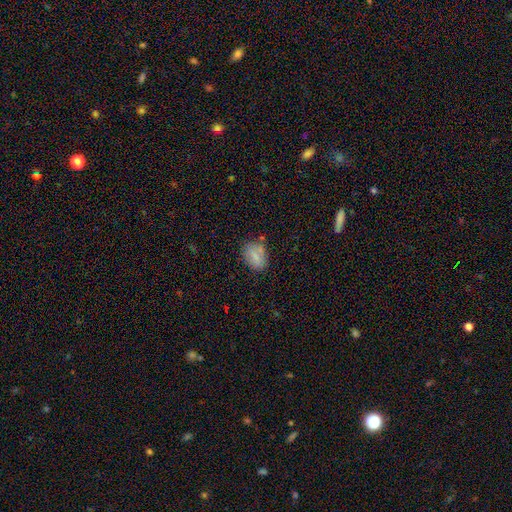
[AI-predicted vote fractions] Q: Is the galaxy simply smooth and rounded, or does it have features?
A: smooth — 74%.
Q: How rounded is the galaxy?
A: in between — 79%.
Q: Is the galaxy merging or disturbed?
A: none — 70%.